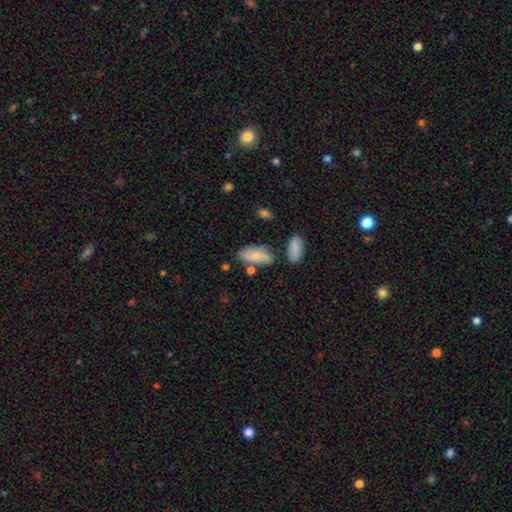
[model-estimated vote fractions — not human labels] The model was most divided on "merging": none: 60%, minor disturbance: 22%, merger: 12%, major disturbance: 7%. More confident: how rounded — in between (89%); smooth or featured — smooth (71%).